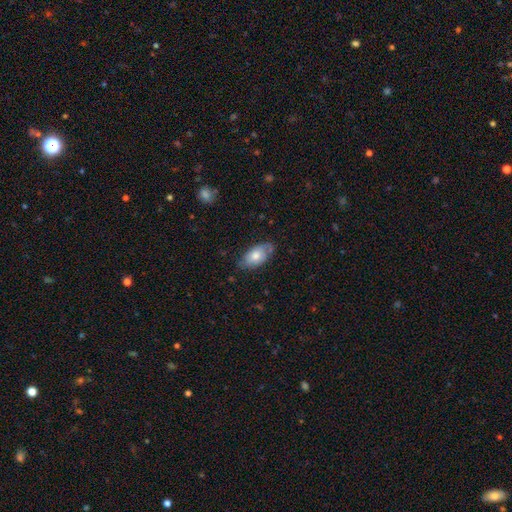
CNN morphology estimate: This is likely a smooth galaxy (66%). How rounded: clearly in between (92%). Merging: likely none (68%).